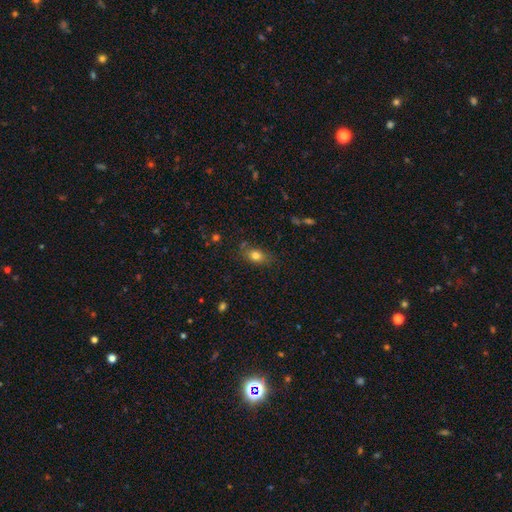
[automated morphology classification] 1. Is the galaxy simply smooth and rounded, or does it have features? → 78% smooth, 11% star or artifact, 10% featured or disk.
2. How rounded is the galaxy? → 73% in between, 22% round, 5% cigar-shaped.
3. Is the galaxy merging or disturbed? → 75% none, 17% minor disturbance, 5% major disturbance, 3% merger.